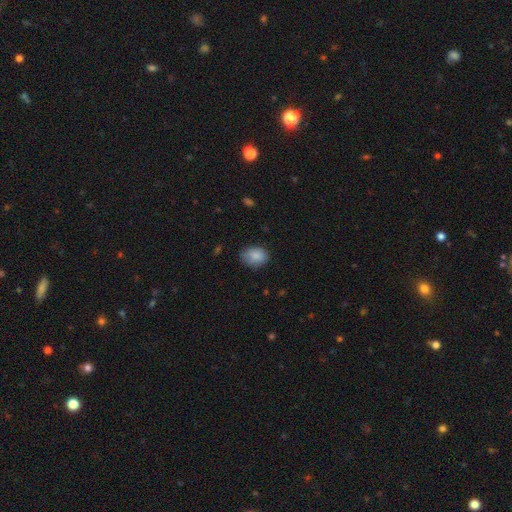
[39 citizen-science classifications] smooth_or_featured: smooth (p=0.95) [alt: featured or disk p=0.03]
how_rounded: in between (p=0.86) [alt: round p=0.11]
merging: none (p=0.87) [alt: minor disturbance p=0.11]